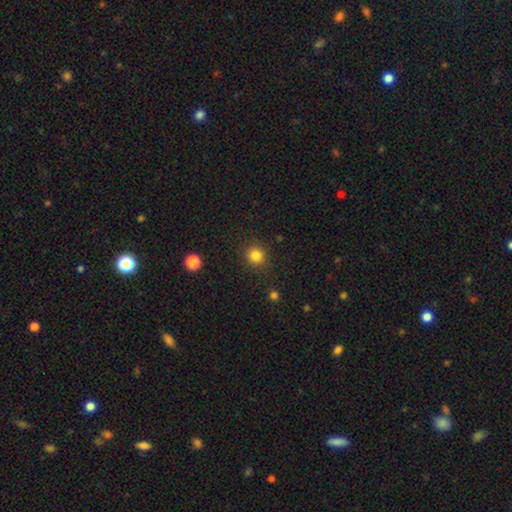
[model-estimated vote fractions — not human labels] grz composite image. It shows a smooth galaxy with no disk features (84%) that is round (90%). Merging: none (88%).